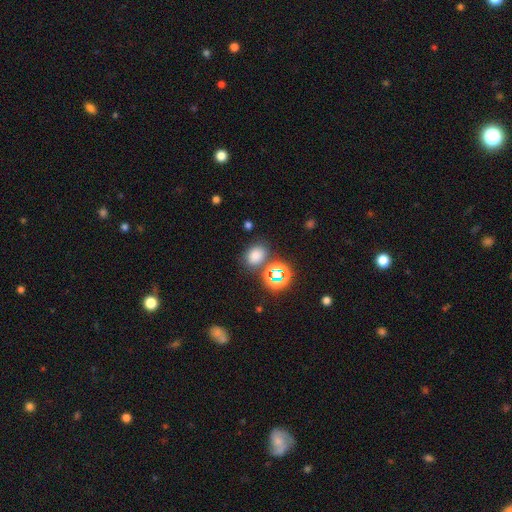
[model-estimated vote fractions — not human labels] This is likely a smooth galaxy (72%). How rounded: possibly in between (56%). Merging: likely none (74%).